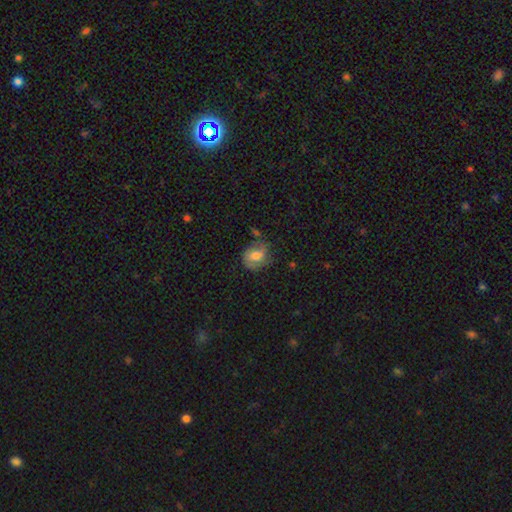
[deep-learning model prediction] Overall: smooth (60%; featured or disk 32%). How rounded: round (54%; in between 45%). Merging: none (57%; minor disturbance 27%).